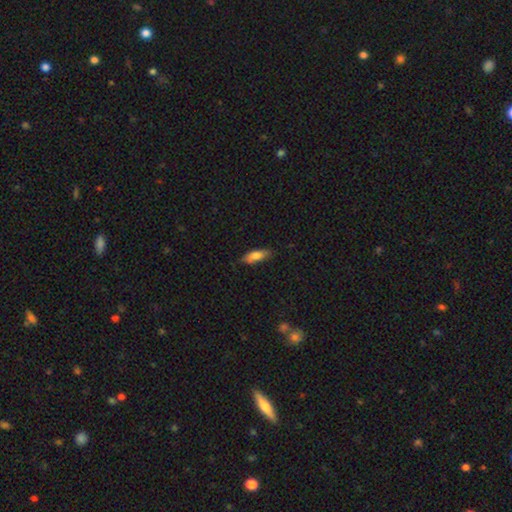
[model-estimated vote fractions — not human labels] Q: Smooth or featured?
A: smooth (76%); runner-up: featured or disk (17%)
Q: How rounded?
A: in between (63%); runner-up: cigar-shaped (34%)
Q: Merging?
A: none (76%); runner-up: minor disturbance (19%)